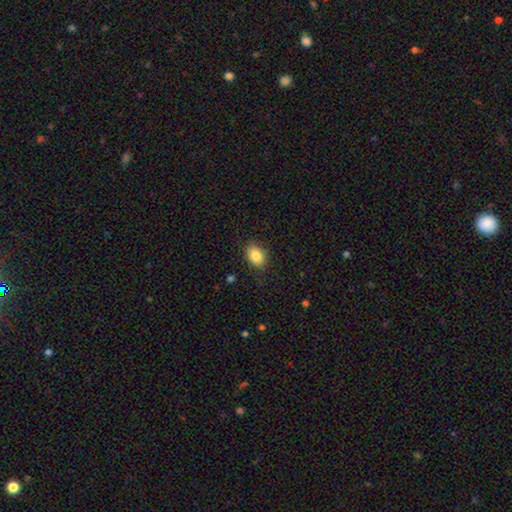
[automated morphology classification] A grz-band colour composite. It shows a smooth galaxy with no disk features (86%) that is in between round and cigar-shaped (75%). Merging: none (85%).